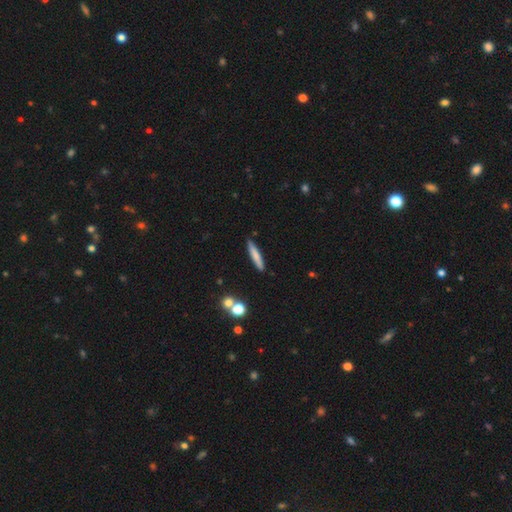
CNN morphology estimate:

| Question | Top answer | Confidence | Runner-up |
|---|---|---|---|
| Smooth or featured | smooth | 74% | featured or disk (19%) |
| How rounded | cigar-shaped | 91% | in between (7%) |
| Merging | none | 88% | minor disturbance (8%) |